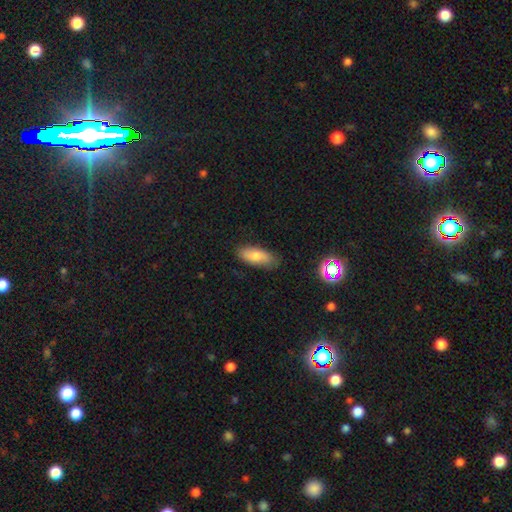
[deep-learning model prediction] Q: Smooth or featured?
A: smooth (78%); runner-up: featured or disk (14%)
Q: How rounded?
A: in between (79%); runner-up: cigar-shaped (19%)
Q: Merging?
A: none (79%); runner-up: minor disturbance (16%)